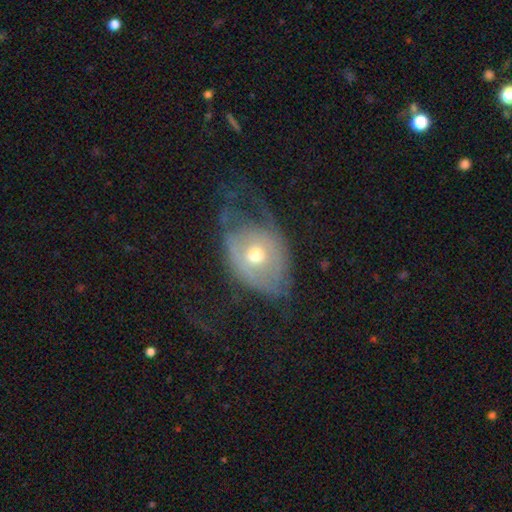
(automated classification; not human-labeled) smooth_or_featured: featured or disk (p=0.54) [alt: smooth p=0.38]
disk_edge_on: no (p=0.92) [alt: yes p=0.08]
merging: major disturbance (p=0.41) [alt: none p=0.31]